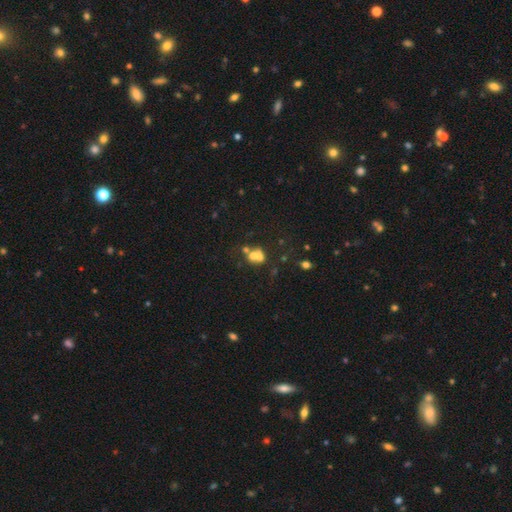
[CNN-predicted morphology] Q: Smooth or featured?
A: smooth (55%); runner-up: featured or disk (28%)
Q: How rounded?
A: round (65%); runner-up: in between (34%)
Q: Merging?
A: merger (56%); runner-up: none (30%)